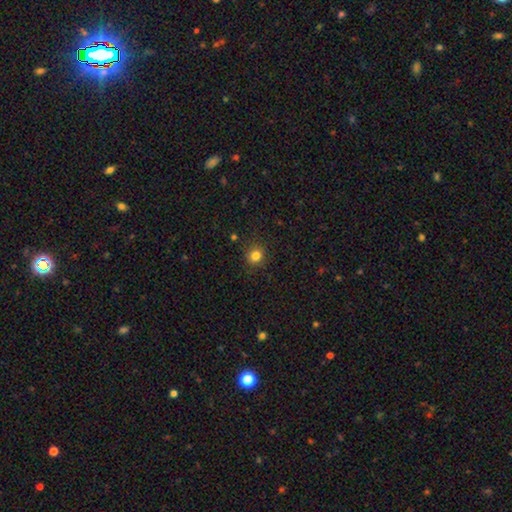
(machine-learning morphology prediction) The model was most divided on "smooth or featured": smooth: 82%, star or artifact: 13%, featured or disk: 5%. More confident: merging — none (88%); how rounded — round (86%).